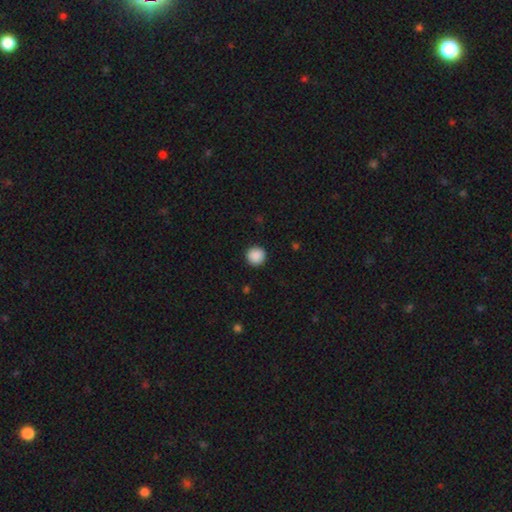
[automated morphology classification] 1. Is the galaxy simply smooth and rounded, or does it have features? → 89% smooth, 9% star or artifact, 2% featured or disk.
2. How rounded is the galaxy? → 95% round, 4% in between, 1% cigar-shaped.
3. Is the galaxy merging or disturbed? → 92% none, 5% minor disturbance, 2% major disturbance, 1% merger.